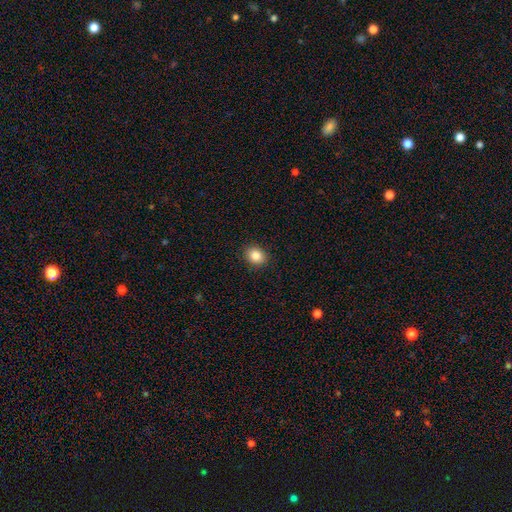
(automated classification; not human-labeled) smooth-or-featured: smooth: 85% | star or artifact: 10% | featured or disk: 6%
  how-rounded: round: 54% | in between: 45% | cigar-shaped: 1%
  merging: none: 90% | minor disturbance: 7% | major disturbance: 2% | merger: 1%